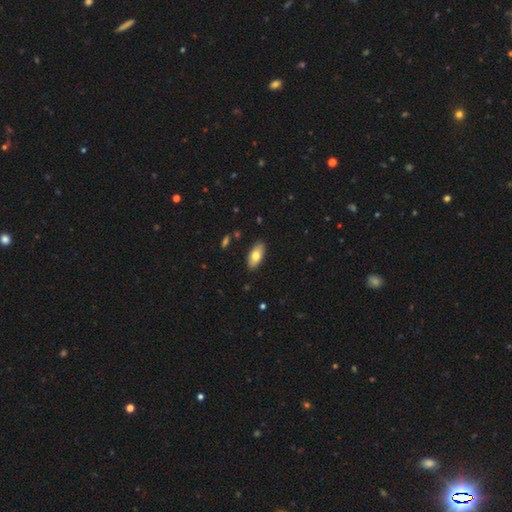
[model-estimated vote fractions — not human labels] Q: Smooth or featured?
A: smooth (75%); runner-up: featured or disk (19%)
Q: How rounded?
A: in between (90%); runner-up: cigar-shaped (7%)
Q: Merging?
A: none (89%); runner-up: minor disturbance (8%)